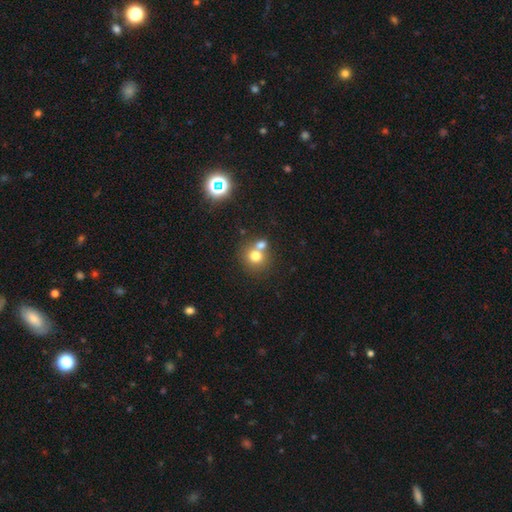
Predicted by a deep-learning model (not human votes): Q: Smooth or featured?
A: smooth (74%); runner-up: star or artifact (13%)
Q: How rounded?
A: round (83%); runner-up: in between (16%)
Q: Merging?
A: none (46%); runner-up: merger (44%)